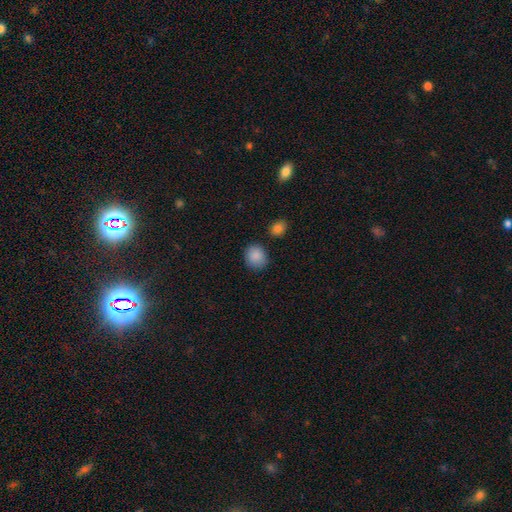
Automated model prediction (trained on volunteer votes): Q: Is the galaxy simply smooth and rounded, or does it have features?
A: smooth — 89%.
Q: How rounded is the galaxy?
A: round — 78%.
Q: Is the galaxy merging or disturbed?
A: none — 83%.